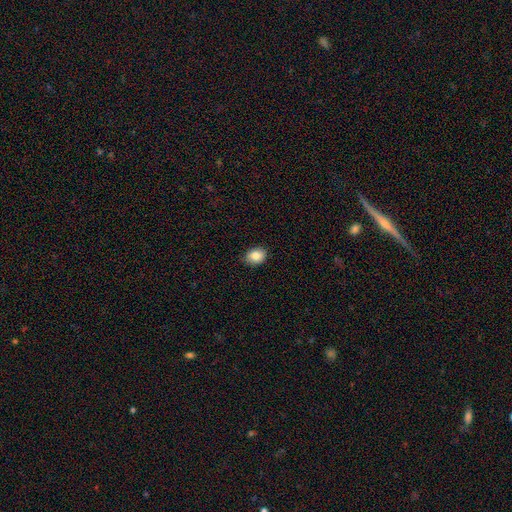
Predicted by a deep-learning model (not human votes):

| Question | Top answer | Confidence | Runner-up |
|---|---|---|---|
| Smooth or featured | smooth | 84% | star or artifact (9%) |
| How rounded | in between | 54% | round (45%) |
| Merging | none | 86% | minor disturbance (11%) |